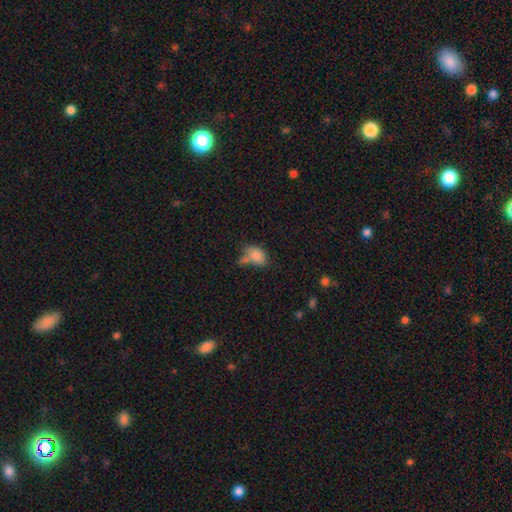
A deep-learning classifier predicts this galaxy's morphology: smooth-or-featured: smooth: 81% | star or artifact: 10% | featured or disk: 9%
  how-rounded: in between: 83% | round: 15% | cigar-shaped: 2%
  merging: none: 37% | merger: 29% | minor disturbance: 22% | major disturbance: 12%